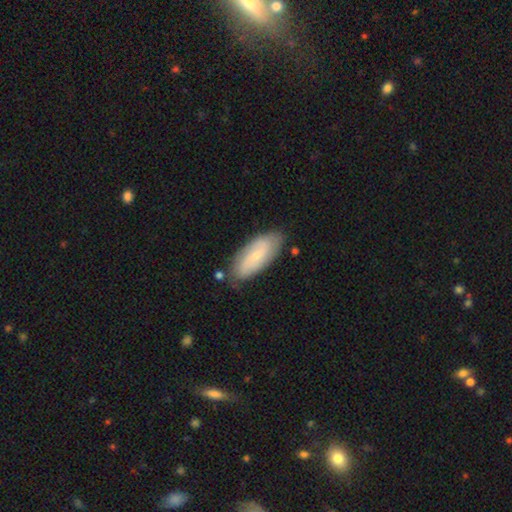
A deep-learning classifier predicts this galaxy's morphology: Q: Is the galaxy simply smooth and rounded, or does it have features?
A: featured or disk — 48%.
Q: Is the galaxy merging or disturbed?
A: none — 78%.